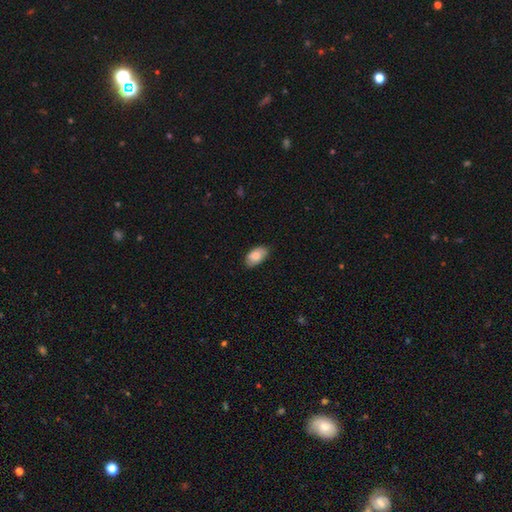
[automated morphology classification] A smooth galaxy with no disk features (84%) that is in between round and cigar-shaped (94%). Merging: none (81%).